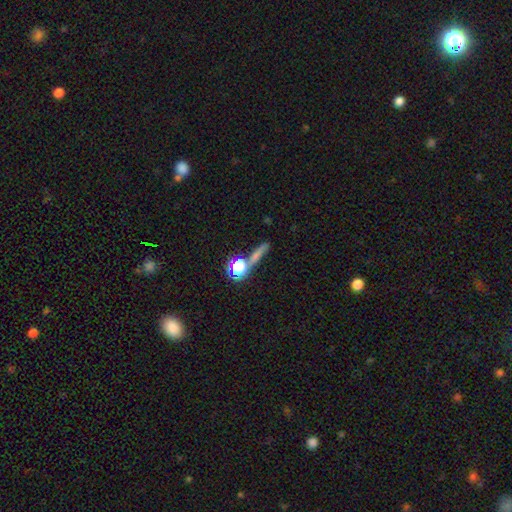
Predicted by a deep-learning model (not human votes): smooth-or-featured: smooth: 43% | star or artifact: 35% | featured or disk: 23%
  merging: none: 64% | merger: 15% | minor disturbance: 12% | major disturbance: 8%